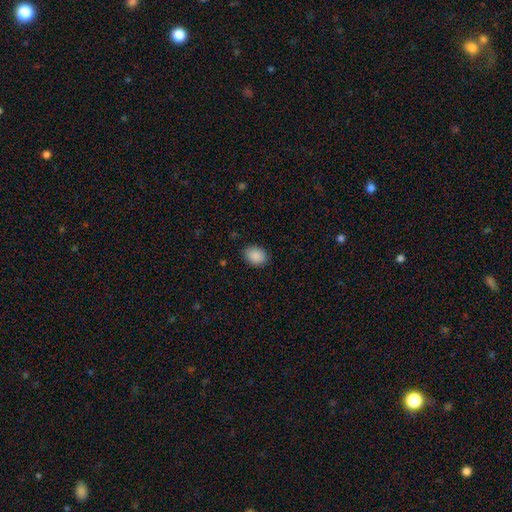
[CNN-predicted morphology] Smooth or featured?
  - smooth: 90% *
  - star or artifact: 8%
  - featured or disk: 3%
How rounded?
  - in between: 63% *
  - round: 36%
  - cigar-shaped: 1%
Merging?
  - none: 87% *
  - minor disturbance: 9%
  - major disturbance: 2%
  - merger: 1%